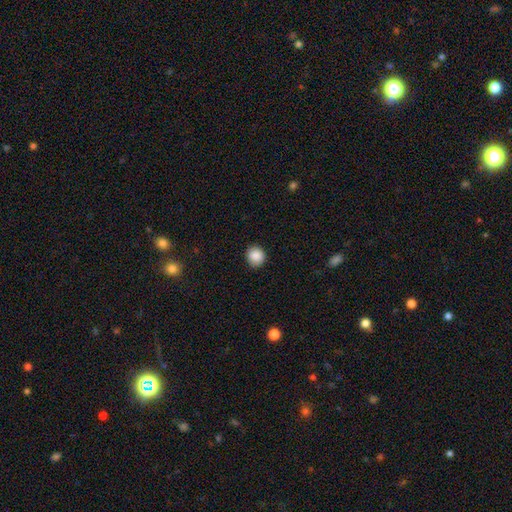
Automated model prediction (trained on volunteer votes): smooth_or_featured: smooth (p=0.88) [alt: star or artifact p=0.09]
how_rounded: round (p=0.88) [alt: in between p=0.12]
merging: none (p=0.89) [alt: minor disturbance p=0.08]